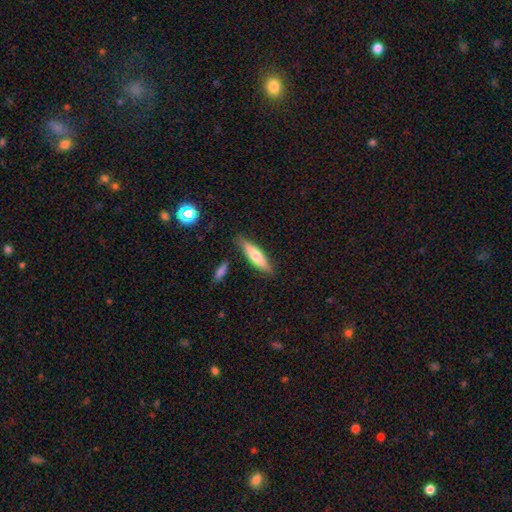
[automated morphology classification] smooth 62%, featured or disk 32%, star or artifact 6%. Down the decision tree: how rounded — cigar-shaped (66%); merging — none (82%).